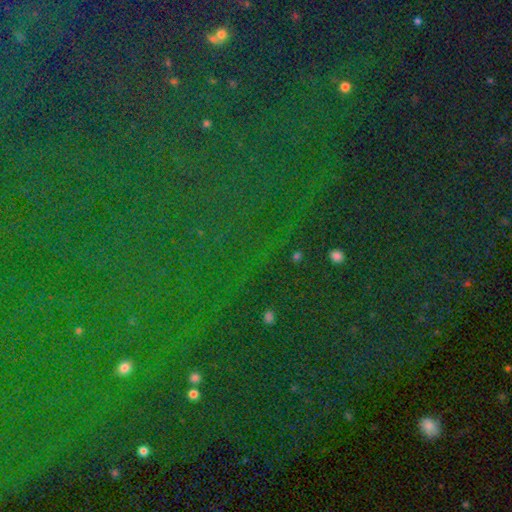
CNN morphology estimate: Q: Smooth or featured?
A: star or artifact (82%); runner-up: smooth (11%)